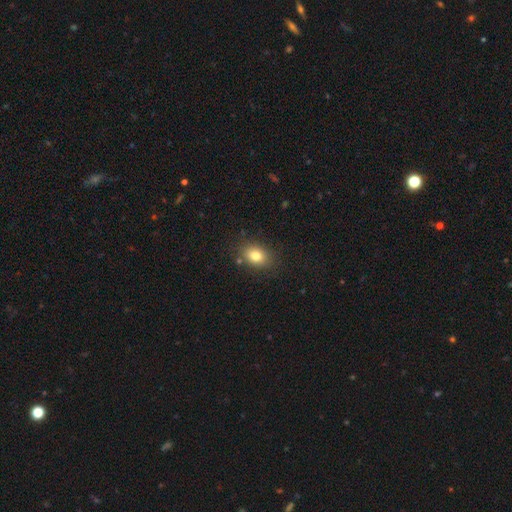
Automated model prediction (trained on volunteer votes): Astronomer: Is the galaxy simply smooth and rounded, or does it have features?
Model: smooth — 80%.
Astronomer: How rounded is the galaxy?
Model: in between — 68%.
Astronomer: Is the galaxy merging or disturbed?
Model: none — 82%.